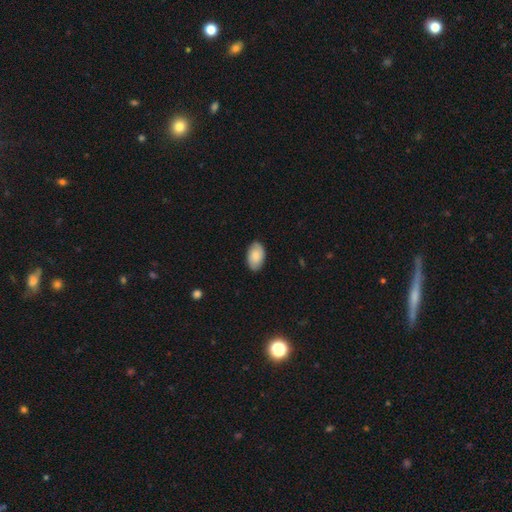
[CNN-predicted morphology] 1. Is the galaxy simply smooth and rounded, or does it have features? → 79% smooth, 15% featured or disk, 6% star or artifact.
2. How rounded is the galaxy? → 94% in between, 5% round, 1% cigar-shaped.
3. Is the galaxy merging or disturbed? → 84% none, 12% minor disturbance, 2% major disturbance, 1% merger.